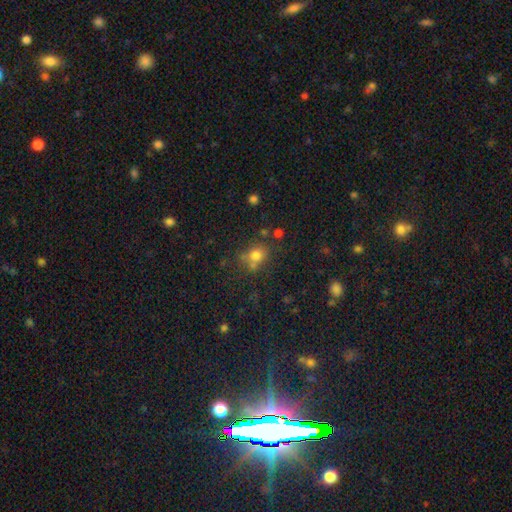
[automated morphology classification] This appears to be a smooth galaxy with no disk features (74%) that is round (72%). Merging: none (59%).